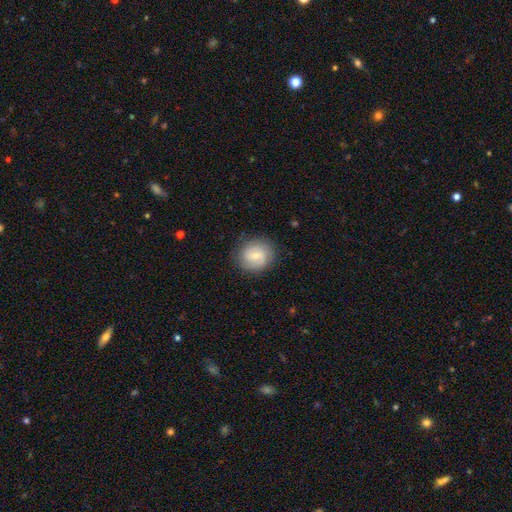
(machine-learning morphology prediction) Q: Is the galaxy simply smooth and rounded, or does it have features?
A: smooth — 53%.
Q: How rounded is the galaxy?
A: round — 81%.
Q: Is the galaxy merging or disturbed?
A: none — 82%.